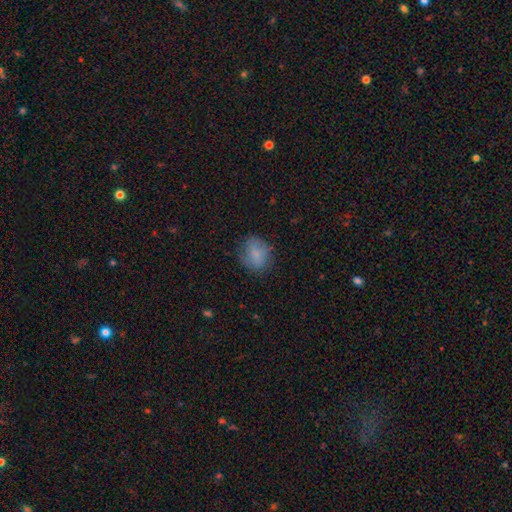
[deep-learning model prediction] This is clearly a smooth galaxy (81%). How rounded: likely round (60%). Merging: likely none (76%).